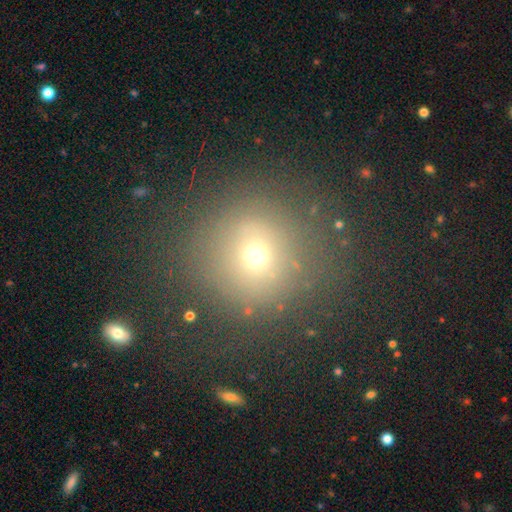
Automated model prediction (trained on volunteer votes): Smooth or featured?
  - smooth: 64% *
  - star or artifact: 22%
  - featured or disk: 14%
How rounded?
  - round: 92% *
  - in between: 7%
  - cigar-shaped: 1%
Merging?
  - none: 77% *
  - minor disturbance: 12%
  - major disturbance: 9%
  - merger: 2%